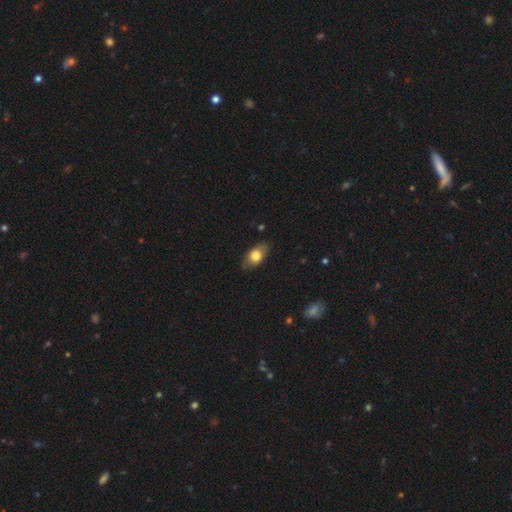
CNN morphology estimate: smooth_or_featured: smooth (p=0.75) [alt: featured or disk p=0.18]
how_rounded: in between (p=0.86) [alt: round p=0.09]
merging: none (p=0.81) [alt: minor disturbance p=0.15]